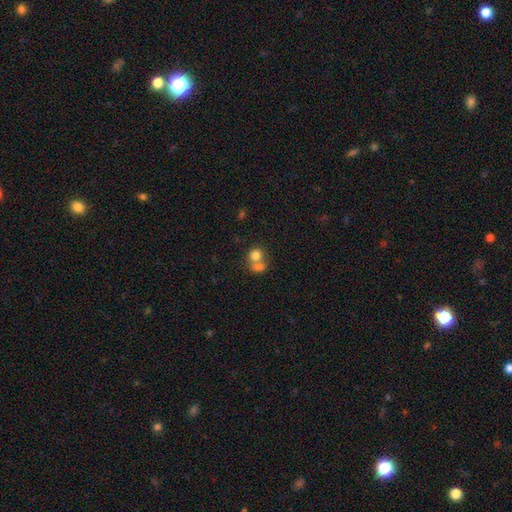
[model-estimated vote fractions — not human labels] Overall: smooth (76%). How rounded: round (74%). Merging: merger (61%; none 30%).